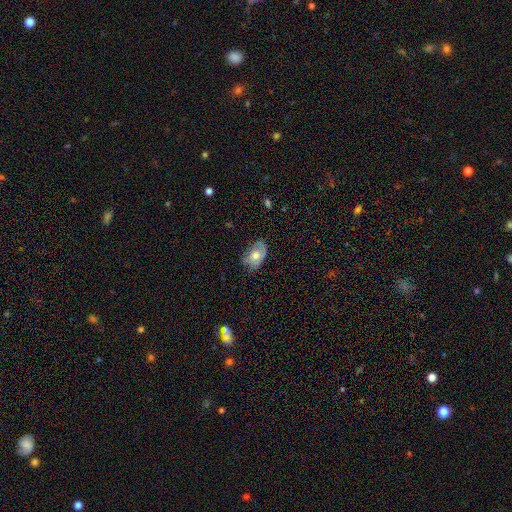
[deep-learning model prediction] A smooth galaxy with no disk features (55%) that is in between round and cigar-shaped (85%).

Vote fractions:
- Smooth or featured? smooth: 55% / featured or disk: 38% / star or artifact: 8%
- How rounded? in between: 85% / round: 14% / cigar-shaped: 2%
- Merging? none: 57% / minor disturbance: 30% / major disturbance: 11% / merger: 2%